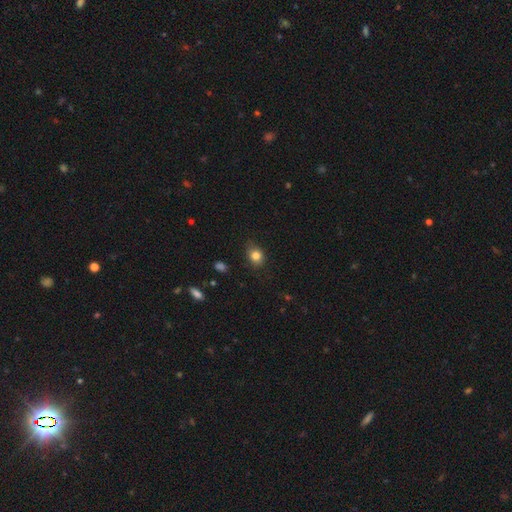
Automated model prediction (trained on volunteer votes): Smooth or featured? Predicted: smooth (p=0.83). How rounded? Predicted: round (p=0.55). Merging? Predicted: none (p=0.78).